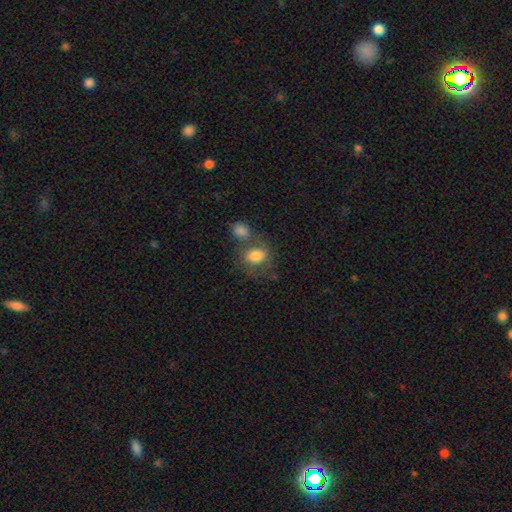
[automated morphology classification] Smooth or featured? smooth (78%)
How rounded? in between (56%)
Merging? none (41%)